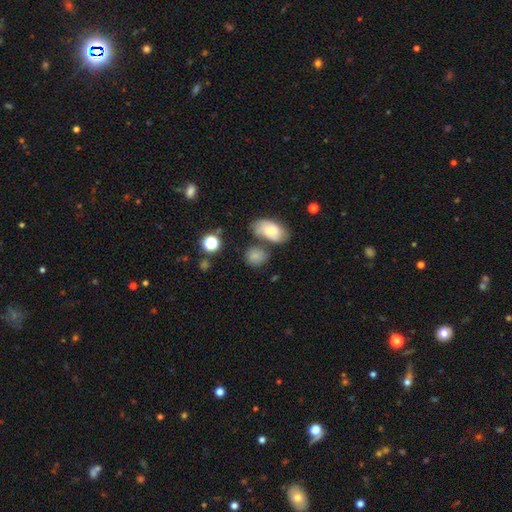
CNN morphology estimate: smooth_or_featured: smooth (p=0.75) [alt: featured or disk p=0.14]
how_rounded: round (p=0.57) [alt: in between p=0.41]
merging: none (p=0.57) [alt: merger p=0.20]